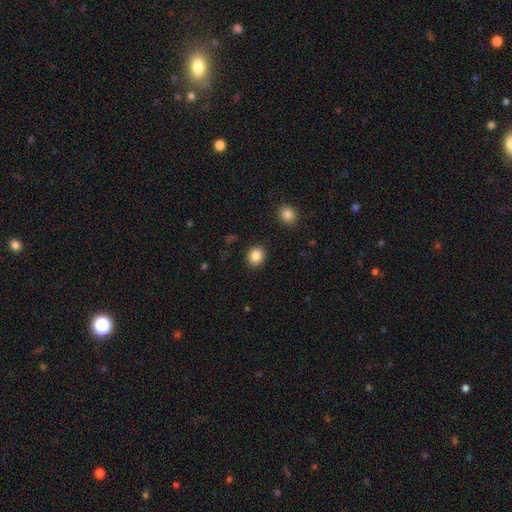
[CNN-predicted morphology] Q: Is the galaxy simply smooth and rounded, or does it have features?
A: smooth — 86%.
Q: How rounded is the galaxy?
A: round — 78%.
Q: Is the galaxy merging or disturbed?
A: none — 89%.